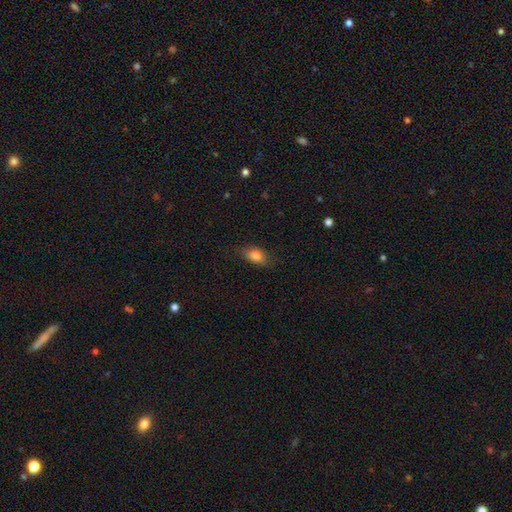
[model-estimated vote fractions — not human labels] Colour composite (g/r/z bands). It shows a smooth galaxy with no disk features (81%) that is in between round and cigar-shaped (85%). Merging: none (78%).